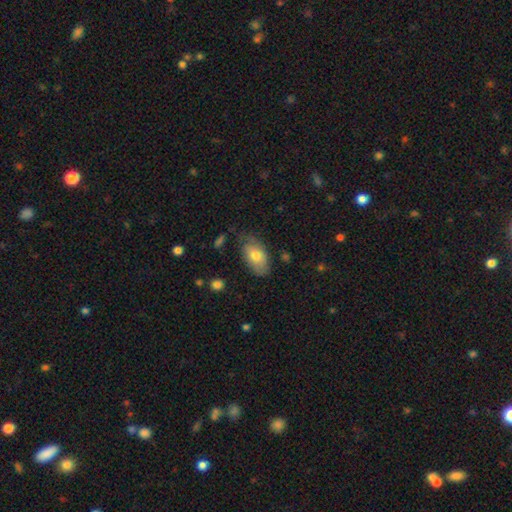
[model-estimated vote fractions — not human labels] Smooth or featured?
  - smooth: 72% *
  - featured or disk: 22%
  - star or artifact: 6%
How rounded?
  - in between: 93% *
  - round: 4%
  - cigar-shaped: 2%
Merging?
  - none: 65% *
  - minor disturbance: 26%
  - major disturbance: 7%
  - merger: 2%